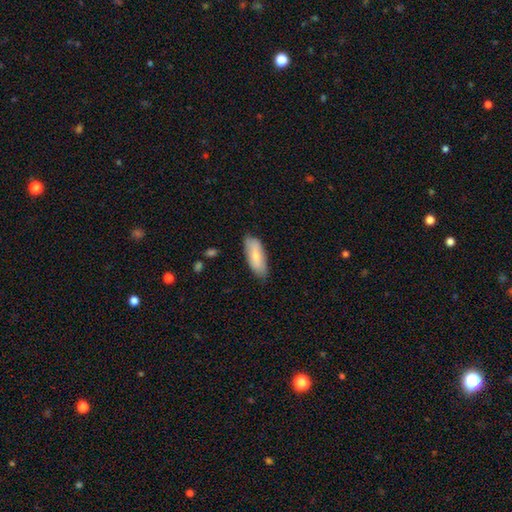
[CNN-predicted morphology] This is likely a smooth galaxy (71%). How rounded: likely in between (79%). Merging: likely none (78%).